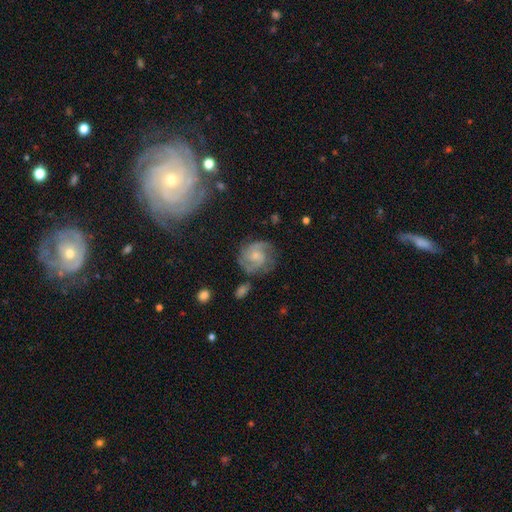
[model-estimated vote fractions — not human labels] This appears to be a featured or disk galaxy (76%) with no bar (62%), 2 (55%) medium (46%) spiral arms (94%) and a small central bulge (52%). Merging: none (67%).